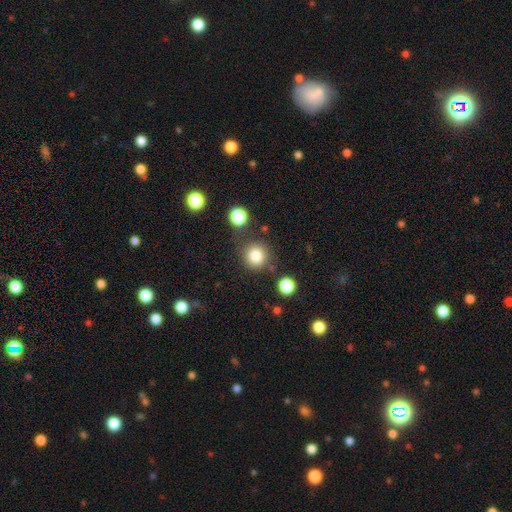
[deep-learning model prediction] Smooth or featured?
  - smooth: 82% *
  - star or artifact: 11%
  - featured or disk: 6%
How rounded?
  - round: 92% *
  - in between: 7%
  - cigar-shaped: 1%
Merging?
  - none: 78% *
  - minor disturbance: 11%
  - merger: 7%
  - major disturbance: 4%